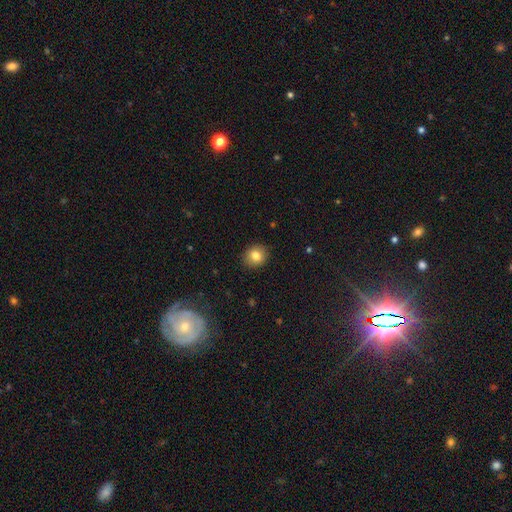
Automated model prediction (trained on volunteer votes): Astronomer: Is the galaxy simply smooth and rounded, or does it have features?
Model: smooth — 82%.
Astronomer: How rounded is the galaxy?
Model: round — 76%.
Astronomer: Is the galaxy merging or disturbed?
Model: none — 90%.